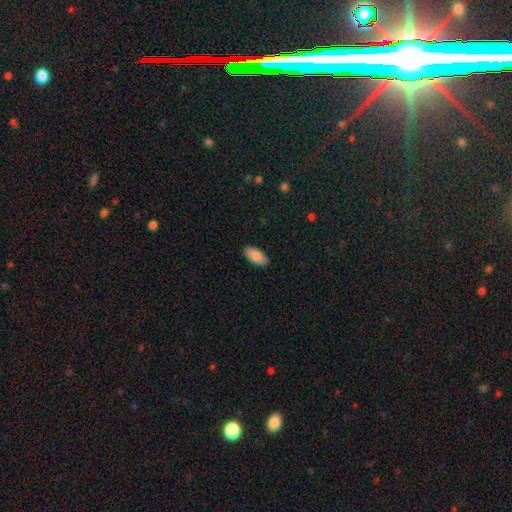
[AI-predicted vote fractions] Q: Smooth or featured?
A: smooth (88%); runner-up: star or artifact (6%)
Q: How rounded?
A: in between (92%); runner-up: cigar-shaped (6%)
Q: Merging?
A: none (88%); runner-up: minor disturbance (9%)